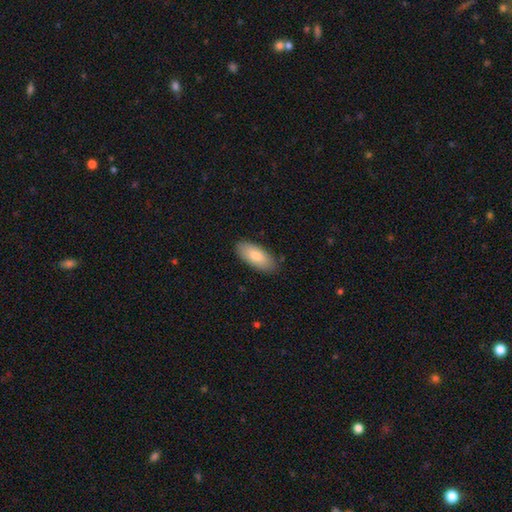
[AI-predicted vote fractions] A smooth galaxy with no disk features (82%) that is in between round and cigar-shaped (88%).

Vote fractions:
- Smooth or featured? smooth: 82% / featured or disk: 12% / star or artifact: 6%
- How rounded? in between: 88% / cigar-shaped: 10% / round: 2%
- Merging? none: 85% / minor disturbance: 12% / major disturbance: 2% / merger: 1%